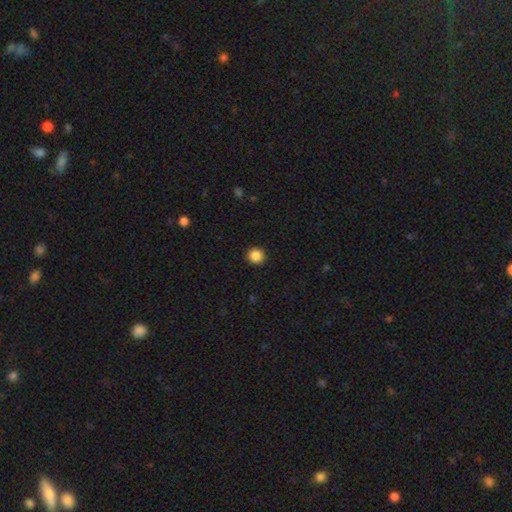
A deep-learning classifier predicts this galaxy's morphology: Smooth or featured? smooth (87%)
How rounded? round (93%)
Merging? none (93%)